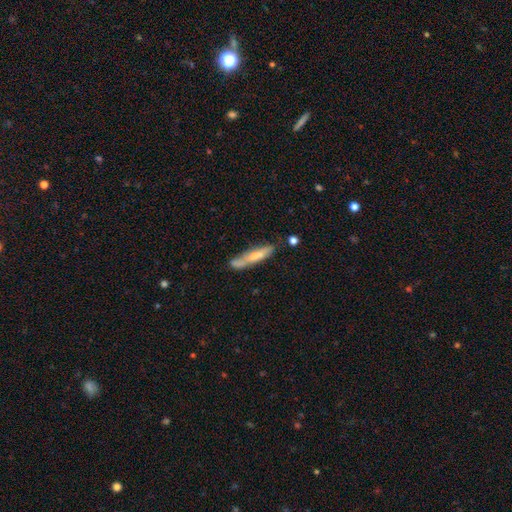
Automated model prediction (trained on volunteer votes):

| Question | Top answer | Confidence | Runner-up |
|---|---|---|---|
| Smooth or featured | smooth | 58% | featured or disk (36%) |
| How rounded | cigar-shaped | 81% | in between (17%) |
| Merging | none | 53% | minor disturbance (25%) |